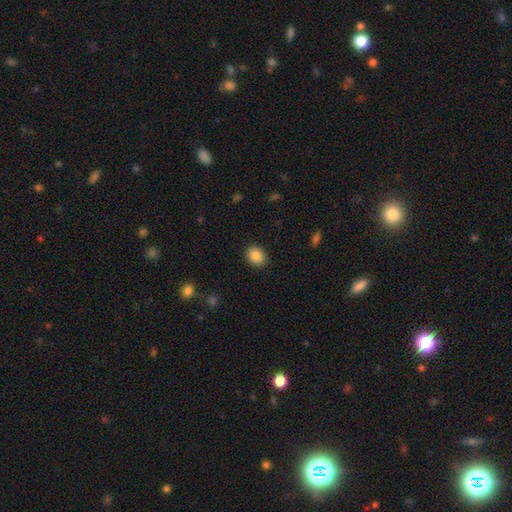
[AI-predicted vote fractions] Overall: smooth (87%). How rounded: in between (52%; round 48%). Merging: none (89%).